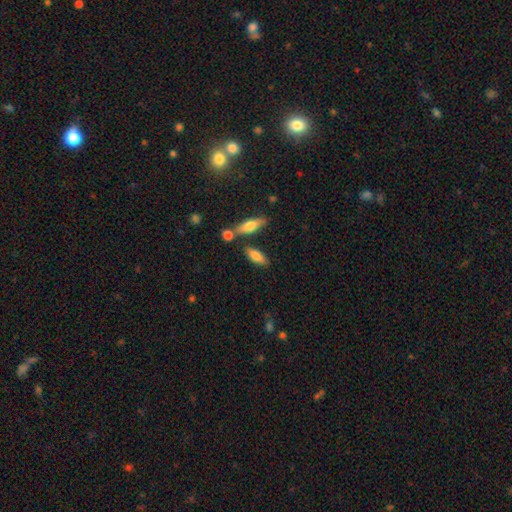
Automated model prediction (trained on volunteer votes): Overall: smooth (79%). How rounded: in between (71%). Merging: none (69%).